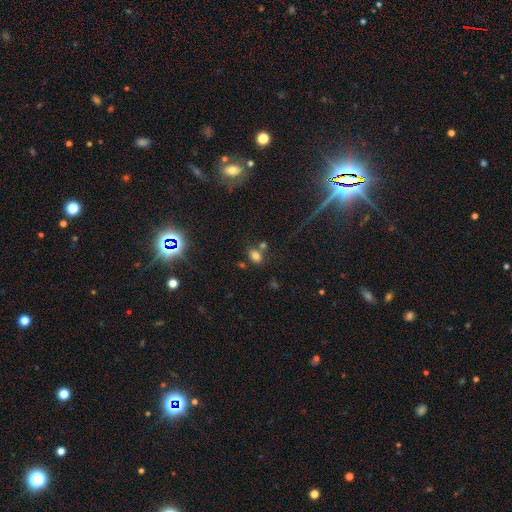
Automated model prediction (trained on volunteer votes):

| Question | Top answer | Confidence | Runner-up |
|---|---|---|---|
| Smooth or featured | smooth | 76% | star or artifact (15%) |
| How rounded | in between | 69% | round (29%) |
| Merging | none | 58% | merger (24%) |